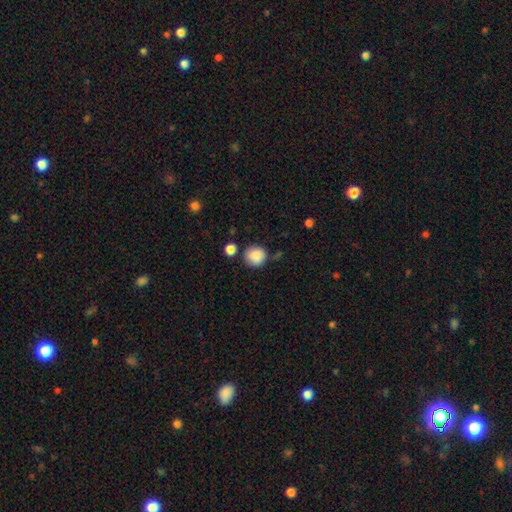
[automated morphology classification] Smooth or featured?
  - smooth: 87% *
  - star or artifact: 8%
  - featured or disk: 5%
How rounded?
  - round: 89% *
  - in between: 10%
  - cigar-shaped: 1%
Merging?
  - none: 77% *
  - minor disturbance: 14%
  - merger: 6%
  - major disturbance: 4%